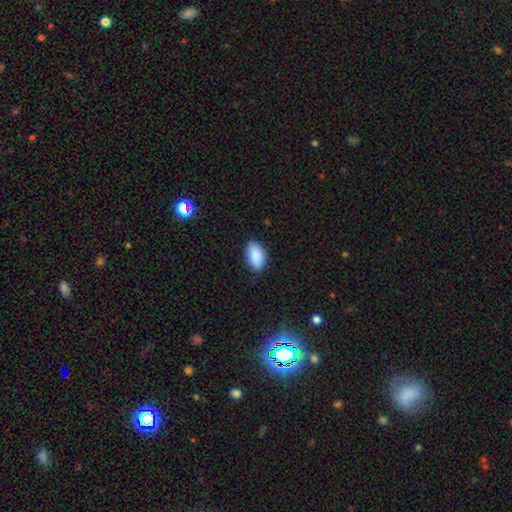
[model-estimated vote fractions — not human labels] smooth-or-featured: smooth: 89% | star or artifact: 7% | featured or disk: 4%
  how-rounded: in between: 94% | round: 4% | cigar-shaped: 2%
  merging: none: 80% | minor disturbance: 16% | major disturbance: 3% | merger: 1%